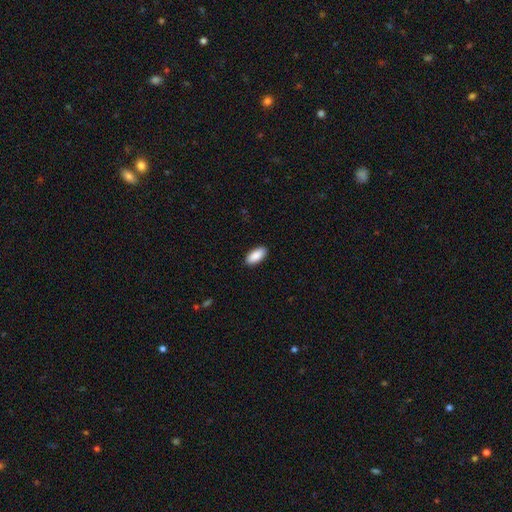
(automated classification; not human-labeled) Overall: smooth (91%). How rounded: in between (93%). Merging: none (90%).